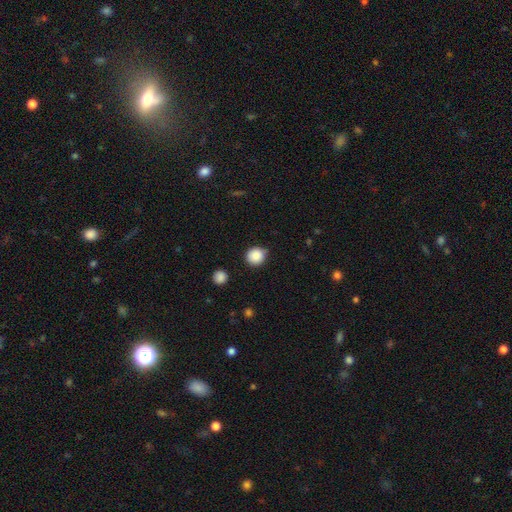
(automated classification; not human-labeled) Morphology: type=smooth (87%); roundness=round (89%); merging=none (81%).